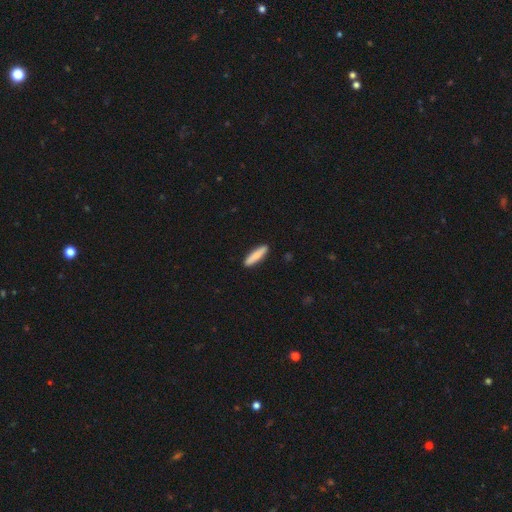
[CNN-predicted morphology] smooth-or-featured: smooth: 82% | featured or disk: 13% | star or artifact: 5%
  how-rounded: cigar-shaped: 82% | in between: 16% | round: 1%
  merging: none: 90% | minor disturbance: 7% | major disturbance: 1% | merger: 1%